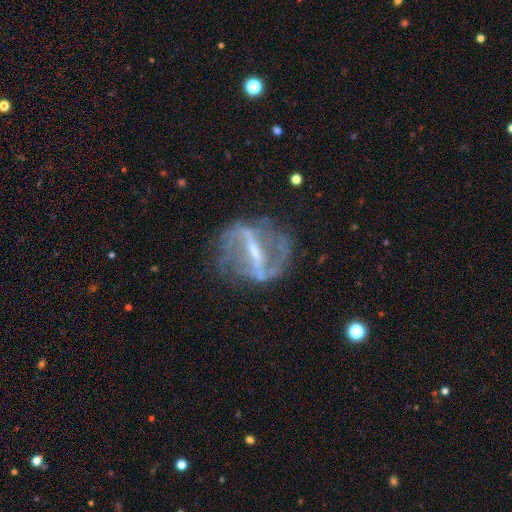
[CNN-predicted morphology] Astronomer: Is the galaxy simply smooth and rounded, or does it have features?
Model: featured or disk — 85%.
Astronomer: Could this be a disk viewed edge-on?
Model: no — 88%.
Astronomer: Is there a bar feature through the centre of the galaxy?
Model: strong — 78%.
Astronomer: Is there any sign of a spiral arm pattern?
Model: yes — 77%.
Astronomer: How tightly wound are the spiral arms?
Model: medium — 40% (runner-up: loose, 37%).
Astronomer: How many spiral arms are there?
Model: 2 — 77%.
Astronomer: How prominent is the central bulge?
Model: small — 52% (runner-up: moderate, 31%).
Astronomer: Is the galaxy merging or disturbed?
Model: none — 68%.